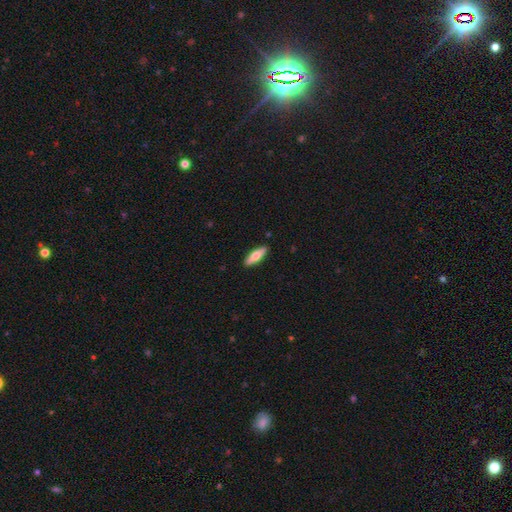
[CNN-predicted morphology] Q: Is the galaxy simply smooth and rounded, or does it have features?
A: smooth — 60%.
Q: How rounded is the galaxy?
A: cigar-shaped — 54%.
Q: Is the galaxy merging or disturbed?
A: none — 90%.